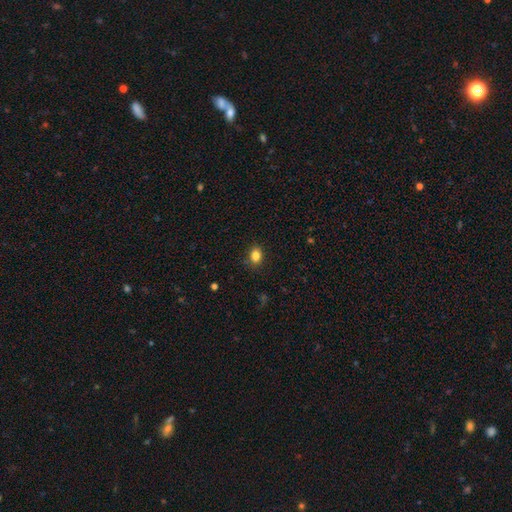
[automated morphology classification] smooth-or-featured: smooth: 84% | star or artifact: 11% | featured or disk: 5%
  how-rounded: in between: 66% | round: 33% | cigar-shaped: 1%
  merging: none: 85% | minor disturbance: 11% | major disturbance: 2% | merger: 1%